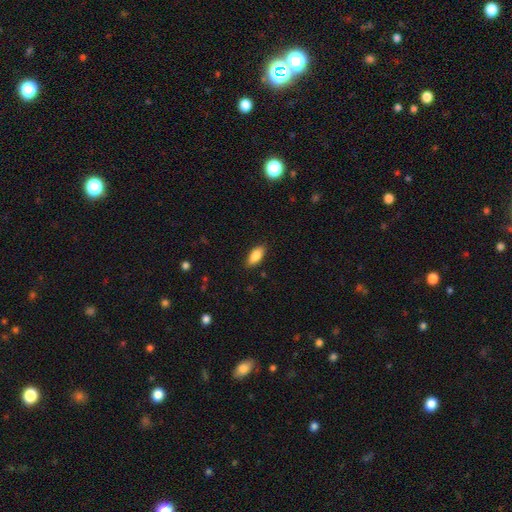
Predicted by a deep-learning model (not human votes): Smooth or featured? Predicted: smooth (p=0.87). How rounded? Predicted: in between (p=0.88). Merging? Predicted: none (p=0.85).